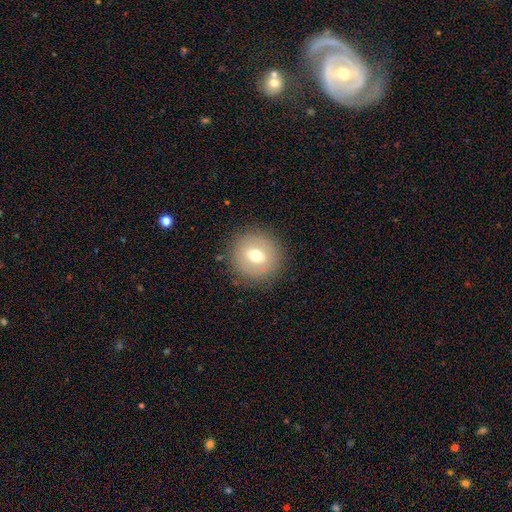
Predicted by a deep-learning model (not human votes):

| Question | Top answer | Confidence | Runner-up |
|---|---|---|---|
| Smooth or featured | smooth | 61% | featured or disk (29%) |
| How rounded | round | 89% | in between (10%) |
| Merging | none | 86% | minor disturbance (9%) |